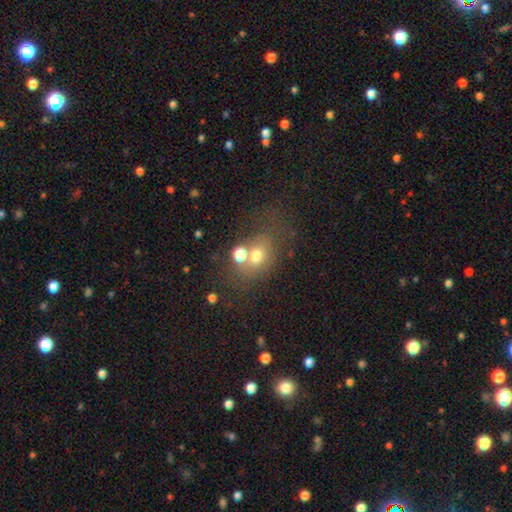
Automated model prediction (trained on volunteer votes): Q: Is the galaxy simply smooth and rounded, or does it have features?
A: smooth — 64%.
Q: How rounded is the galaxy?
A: in between — 52%.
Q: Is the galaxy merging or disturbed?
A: none — 46%.